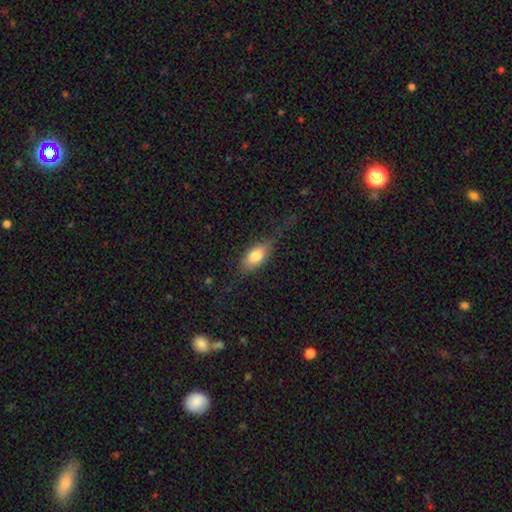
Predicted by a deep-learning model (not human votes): smooth_or_featured: smooth (p=0.73) [alt: featured or disk p=0.20]
how_rounded: in between (p=0.84) [alt: cigar-shaped p=0.10]
merging: none (p=0.55) [alt: minor disturbance p=0.24]